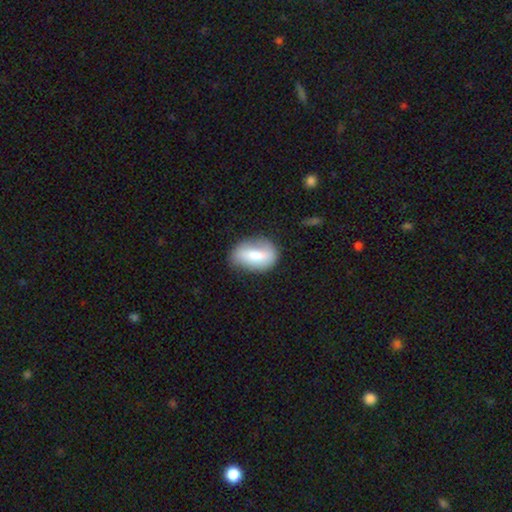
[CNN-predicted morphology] Smooth or featured: smooth — 70% (featured or disk — 23%)
How rounded: in between — 84% (round — 12%)
Merging: none — 63% (minor disturbance — 25%)